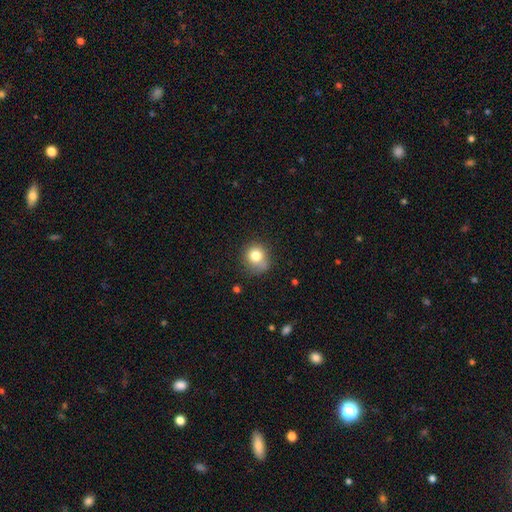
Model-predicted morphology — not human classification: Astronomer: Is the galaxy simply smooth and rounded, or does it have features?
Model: smooth — 79%.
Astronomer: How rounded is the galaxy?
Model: round — 82%.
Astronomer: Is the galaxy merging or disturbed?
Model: none — 63%.